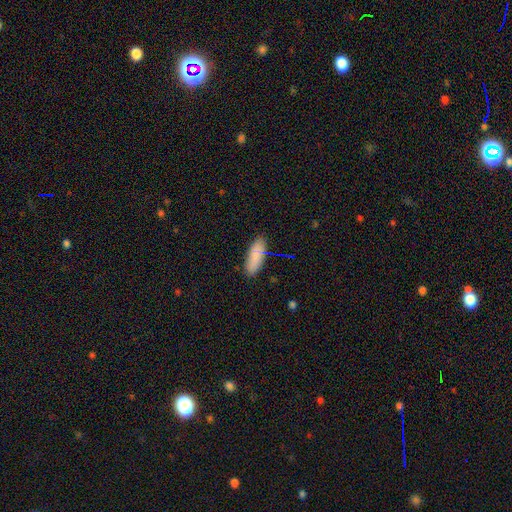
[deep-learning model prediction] Smooth or featured? smooth (85%)
How rounded? in between (69%)
Merging? none (83%)